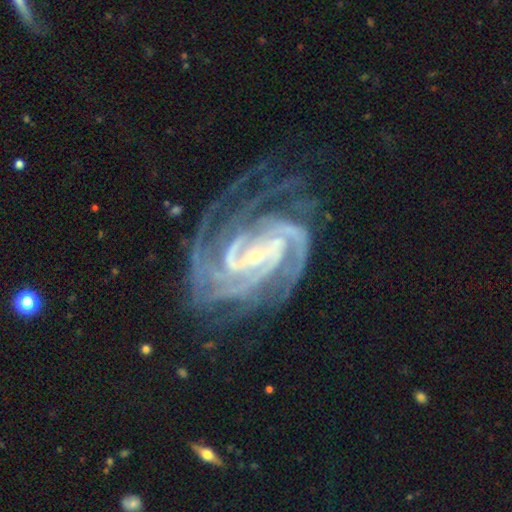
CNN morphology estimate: Smooth or featured? Predicted: featured or disk (p=0.92). Edge-on disk? Predicted: no (p=0.97). Bar? Predicted: strong (p=0.41). Spiral arms? Predicted: yes (p=0.99). Spiral winding? Predicted: tight (p=0.64). Spiral arm count? Predicted: 4 (p=0.28). Bulge size? Predicted: small (p=0.76). Merging? Predicted: none (p=0.64).